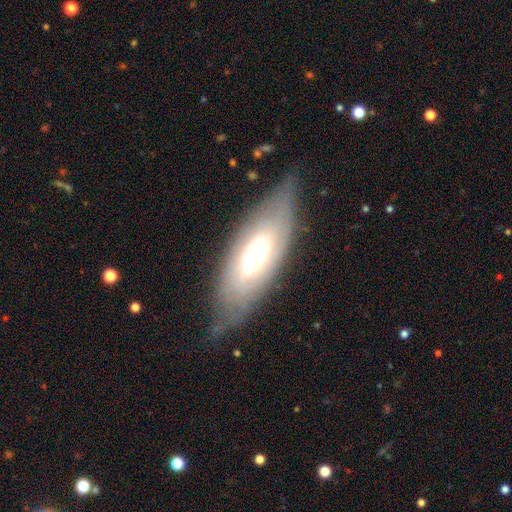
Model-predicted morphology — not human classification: Q: Smooth or featured?
A: featured or disk (53%); runner-up: smooth (39%)
Q: Edge-on disk?
A: no (75%); runner-up: yes (25%)
Q: Merging?
A: none (68%); runner-up: minor disturbance (21%)